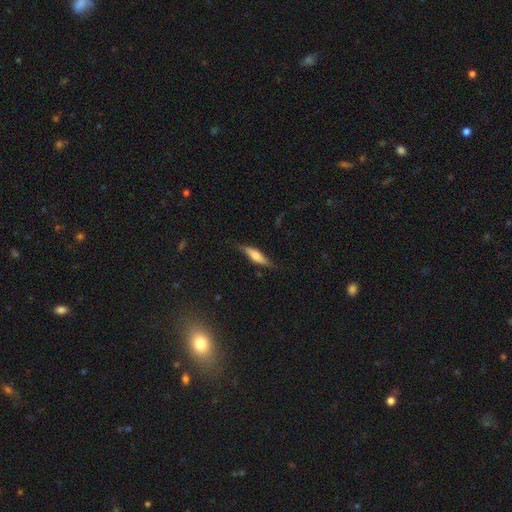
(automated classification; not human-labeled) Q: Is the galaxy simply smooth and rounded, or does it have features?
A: smooth — 55%.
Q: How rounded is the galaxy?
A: cigar-shaped — 66%.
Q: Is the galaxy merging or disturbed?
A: none — 75%.